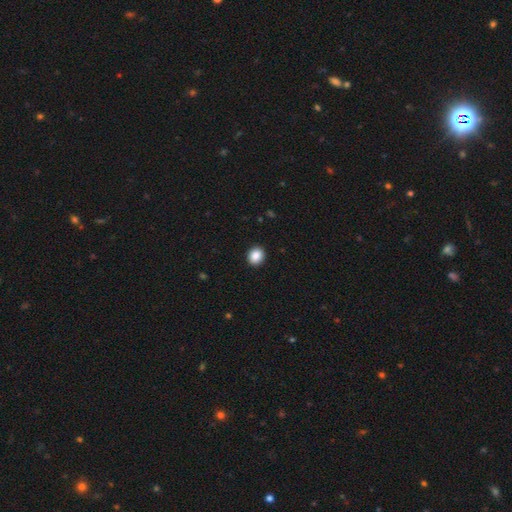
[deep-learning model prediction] This is clearly a smooth galaxy (88%). How rounded: likely round (73%). Merging: clearly none (92%).